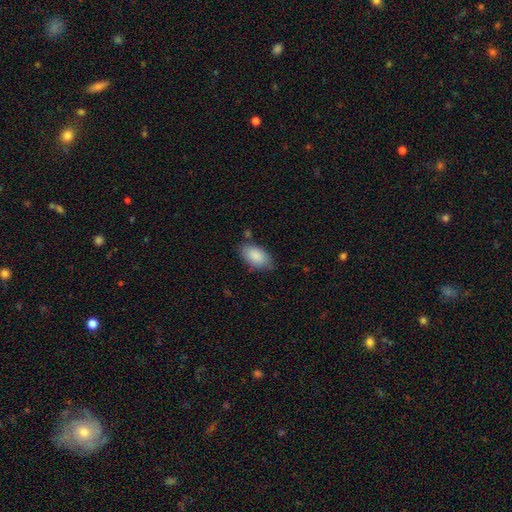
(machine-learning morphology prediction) smooth 87%, featured or disk 7%, star or artifact 6%. Down the decision tree: how rounded — in between (94%); merging — none (73%).